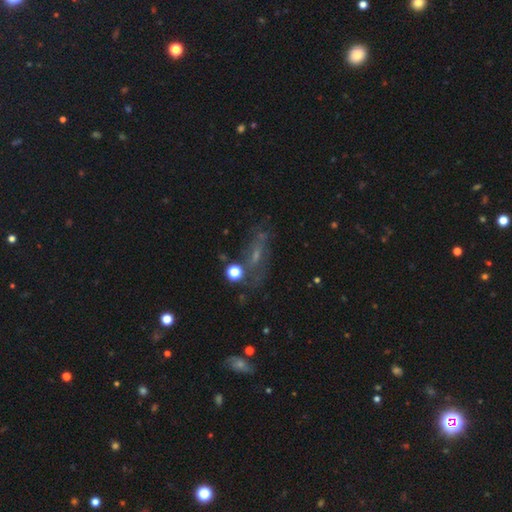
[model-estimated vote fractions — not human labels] The model was most divided on "smooth or featured": featured or disk: 46%, smooth: 30%, star or artifact: 25%. More confident: merging — none (56%).